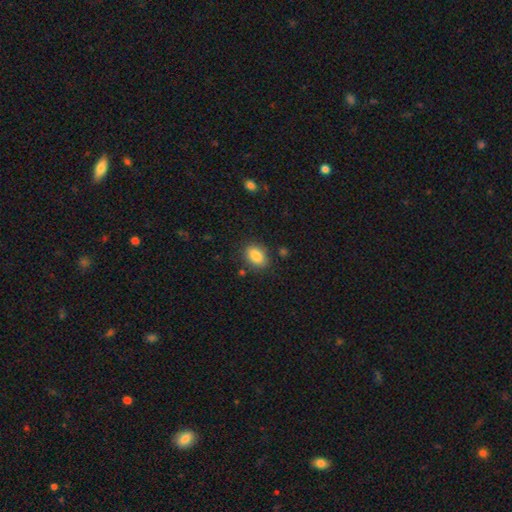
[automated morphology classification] smooth-or-featured: smooth: 86% | star or artifact: 8% | featured or disk: 6%
  how-rounded: in between: 79% | round: 19% | cigar-shaped: 1%
  merging: none: 82% | minor disturbance: 12% | major disturbance: 3% | merger: 3%